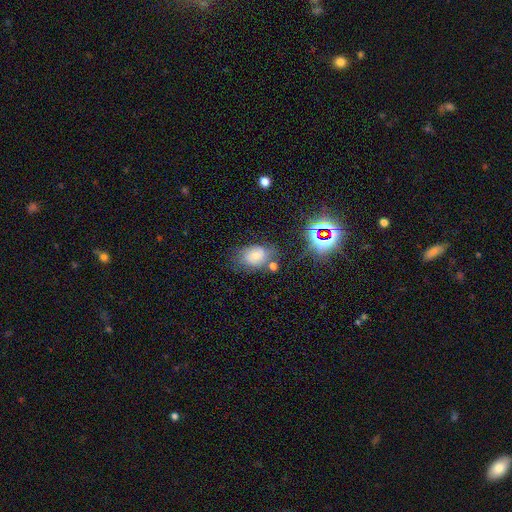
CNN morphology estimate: Q: Smooth or featured?
A: smooth (64%); runner-up: featured or disk (18%)
Q: How rounded?
A: in between (75%); runner-up: round (24%)
Q: Merging?
A: none (56%); runner-up: minor disturbance (25%)